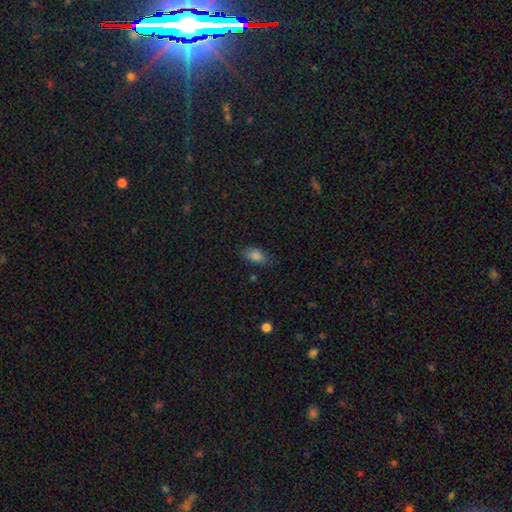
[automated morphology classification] Overall: smooth (83%). How rounded: in between (89%). Merging: none (73%).